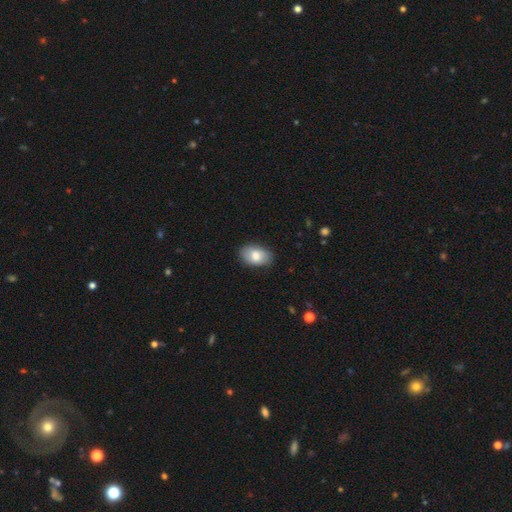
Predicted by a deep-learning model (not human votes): This is likely a smooth galaxy (80%). How rounded: clearly in between (91%). Merging: clearly none (84%).